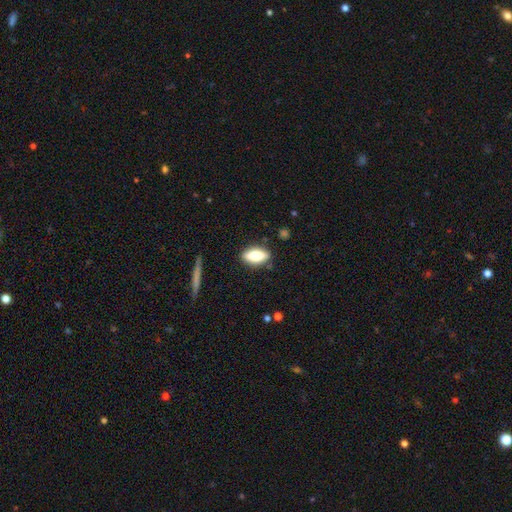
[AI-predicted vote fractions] Morphology: type=smooth (68%); roundness=in between (80%); merging=none (84%).